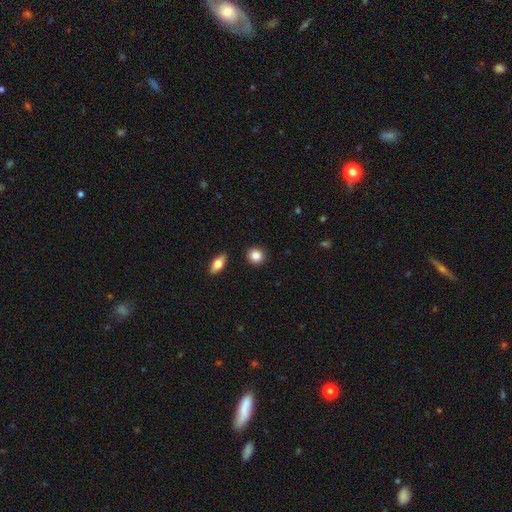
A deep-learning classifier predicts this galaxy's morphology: Q: Smooth or featured?
A: smooth (85%); runner-up: star or artifact (8%)
Q: How rounded?
A: round (87%); runner-up: in between (12%)
Q: Merging?
A: none (91%); runner-up: minor disturbance (6%)